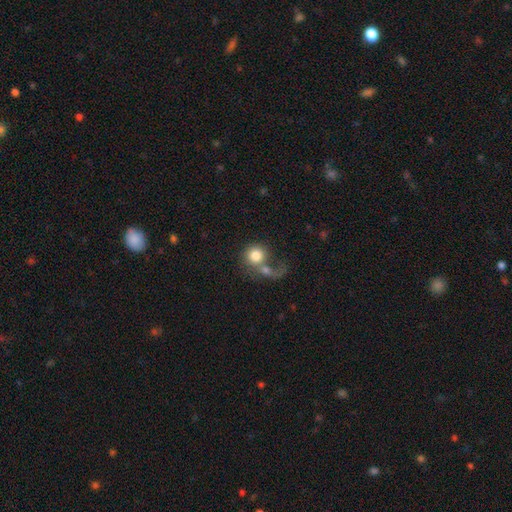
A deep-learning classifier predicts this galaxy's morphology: type=smooth (74%); roundness=round (86%); merging=merger (43%).